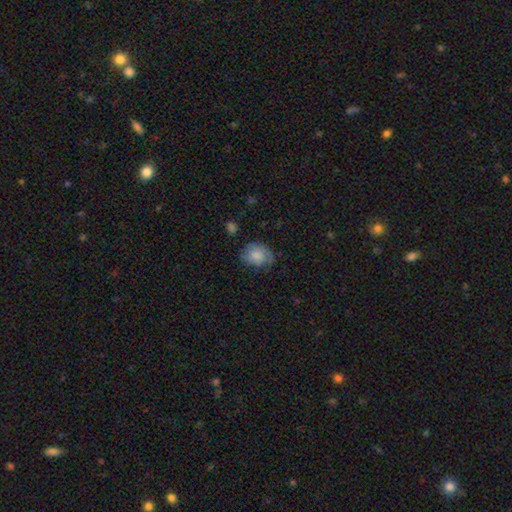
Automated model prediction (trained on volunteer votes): smooth_or_featured: smooth (p=0.55) [alt: featured or disk p=0.36]
how_rounded: in between (p=0.50) [alt: round p=0.49]
merging: none (p=0.65) [alt: minor disturbance p=0.25]